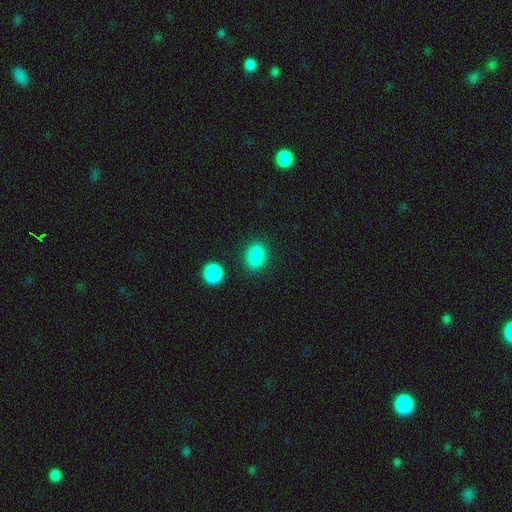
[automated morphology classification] type=smooth (88%); roundness=in between (69%); merging=none (85%).